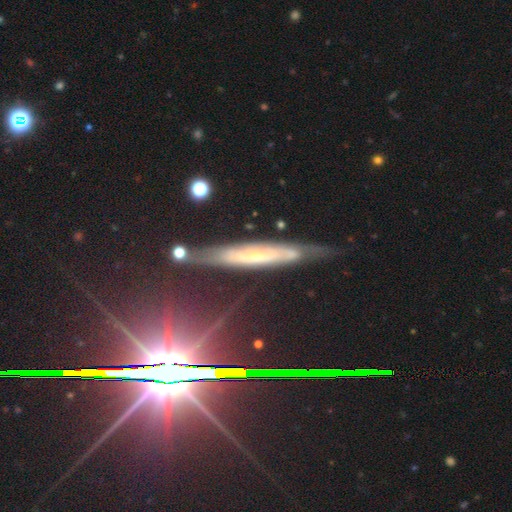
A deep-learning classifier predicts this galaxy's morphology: The model was most divided on "smooth or featured": featured or disk: 63%, smooth: 22%, star or artifact: 15%. More confident: merging — none (72%); edge-on disk — yes (72%).